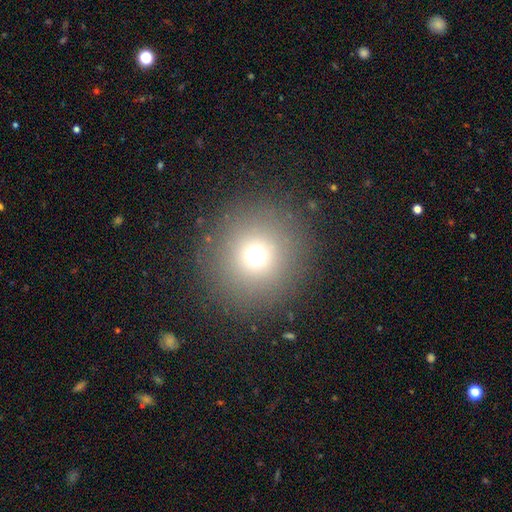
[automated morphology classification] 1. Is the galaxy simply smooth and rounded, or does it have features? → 67% smooth, 24% star or artifact, 9% featured or disk.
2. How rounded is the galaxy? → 94% round, 5% in between, 1% cigar-shaped.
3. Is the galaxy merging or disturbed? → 88% none, 6% minor disturbance, 4% major disturbance, 2% merger.